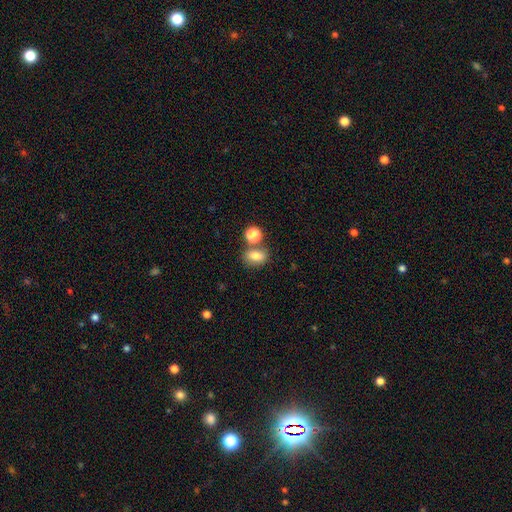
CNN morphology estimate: Overall: smooth (78%). How rounded: in between (65%; round 33%). Merging: none (64%).